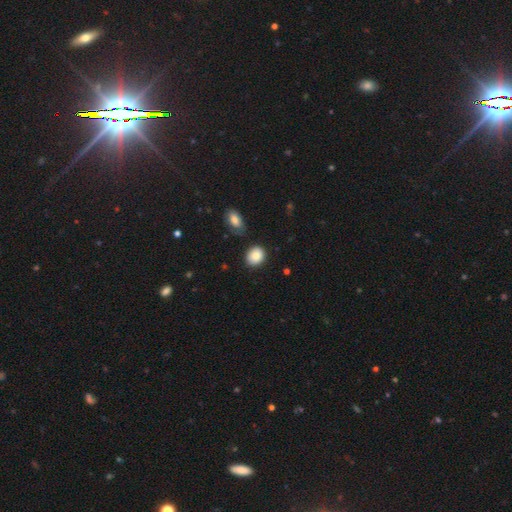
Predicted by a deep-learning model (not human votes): Smooth or featured? Predicted: smooth (p=0.84). How rounded? Predicted: round (p=0.63). Merging? Predicted: none (p=0.79).